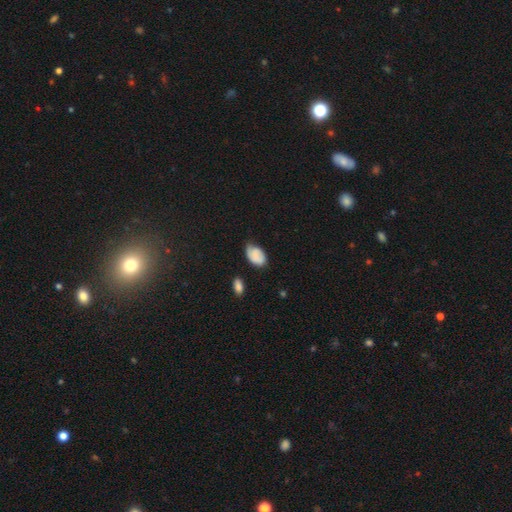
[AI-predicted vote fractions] Q: Smooth or featured?
A: smooth (70%); runner-up: featured or disk (21%)
Q: How rounded?
A: in between (89%); runner-up: round (10%)
Q: Merging?
A: none (54%); runner-up: minor disturbance (35%)